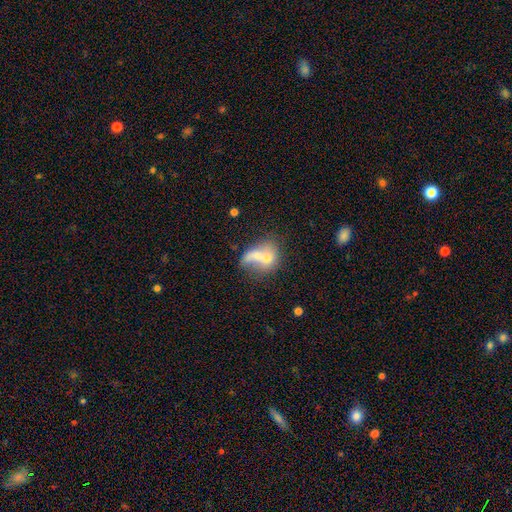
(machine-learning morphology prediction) A smooth galaxy with no disk features (58%) that is in between round and cigar-shaped (64%).

Vote fractions:
- Smooth or featured? smooth: 58% / featured or disk: 33% / star or artifact: 9%
- How rounded? in between: 64% / round: 34% / cigar-shaped: 2%
- Merging? merger: 67% / none: 15% / major disturbance: 10% / minor disturbance: 8%